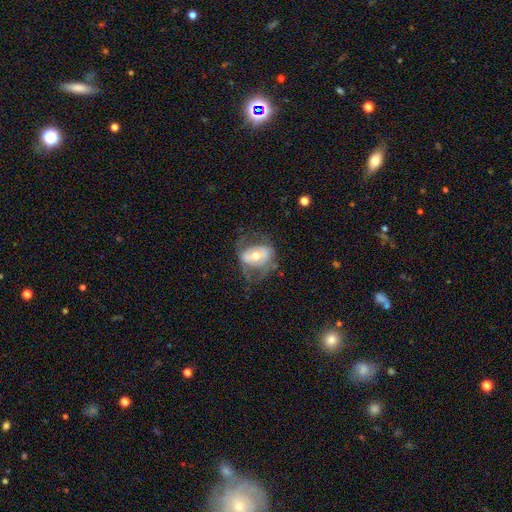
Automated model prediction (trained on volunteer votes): Smooth or featured?
  - featured or disk: 62% *
  - smooth: 31%
  - star or artifact: 7%
Edge-on disk?
  - no: 95% *
  - yes: 5%
Bar?
  - no: 48% *
  - weak: 31%
  - strong: 21%
Spiral arms?
  - yes: 55% *
  - no: 45%
Bulge size?
  - moderate: 70% *
  - small: 22%
  - large: 7%
  - dominant: 1%
  - none: 1%
Merging?
  - none: 48% *
  - major disturbance: 27%
  - minor disturbance: 24%
  - merger: 2%